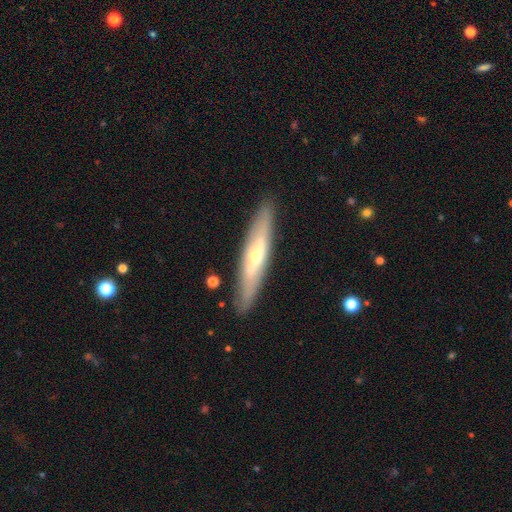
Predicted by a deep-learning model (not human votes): A featured or disk galaxy (63%) viewed edge-on (76%).

Vote fractions:
- Smooth or featured? featured or disk: 63% / smooth: 31% / star or artifact: 6%
- Edge-on disk? yes: 76% / no: 24%
- Merging? none: 88% / minor disturbance: 8% / major disturbance: 2% / merger: 1%